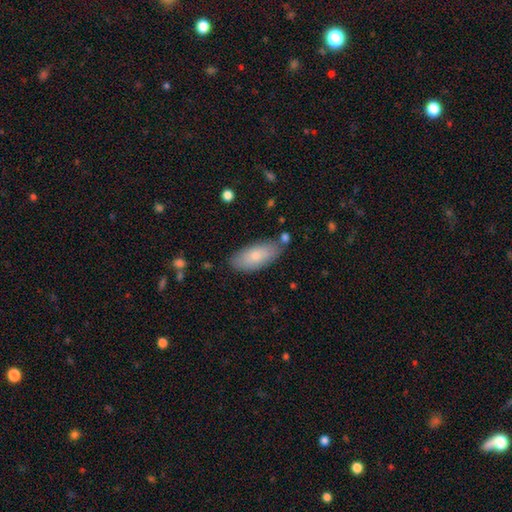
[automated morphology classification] Smooth or featured: smooth — 79% (featured or disk — 16%)
How rounded: in between — 85% (cigar-shaped — 13%)
Merging: none — 75% (minor disturbance — 17%)